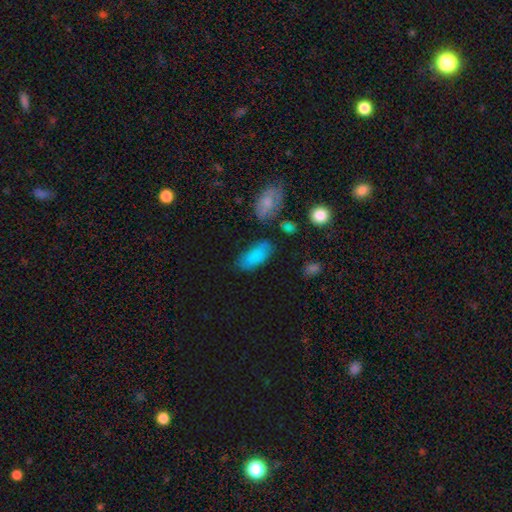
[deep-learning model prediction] Q: Smooth or featured?
A: smooth (82%); runner-up: featured or disk (9%)
Q: How rounded?
A: in between (88%); runner-up: cigar-shaped (10%)
Q: Merging?
A: none (74%); runner-up: minor disturbance (16%)